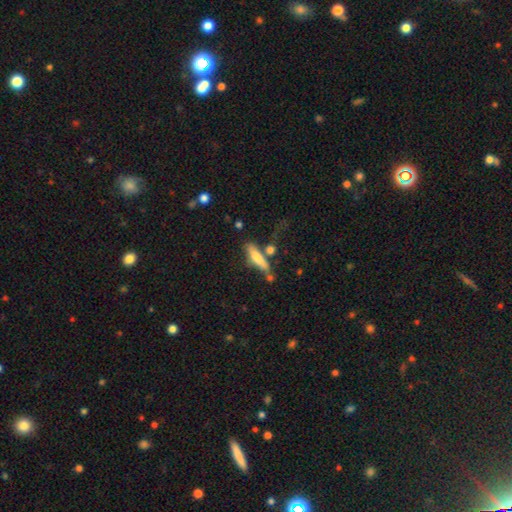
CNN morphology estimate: Smooth or featured?
  - smooth: 61% *
  - featured or disk: 32%
  - star or artifact: 7%
How rounded?
  - cigar-shaped: 78% *
  - in between: 20%
  - round: 2%
Merging?
  - none: 59% *
  - minor disturbance: 19%
  - merger: 14%
  - major disturbance: 8%